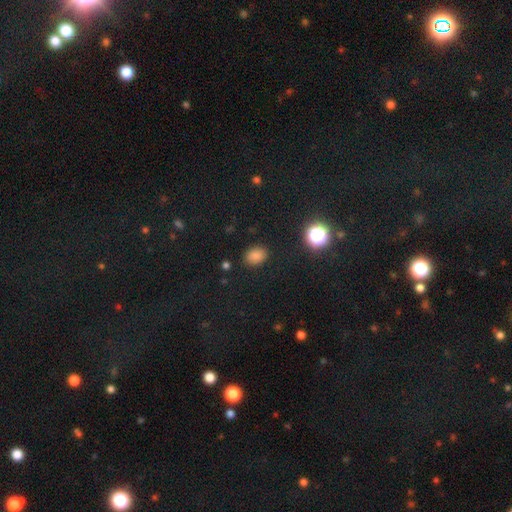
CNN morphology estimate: type=smooth (81%); roundness=in between (69%); merging=none (86%).